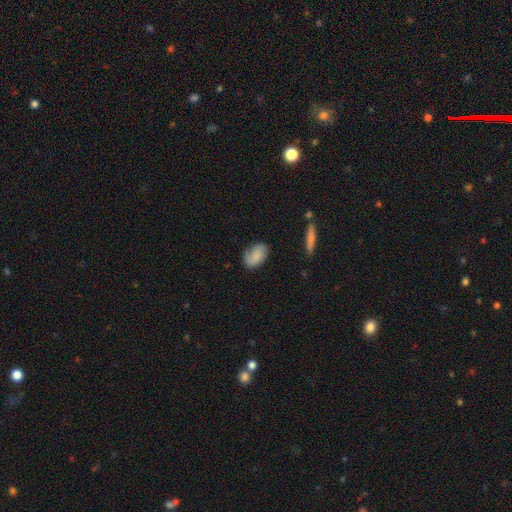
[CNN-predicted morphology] This is likely a smooth galaxy (77%). How rounded: clearly in between (89%). Merging: likely none (70%).